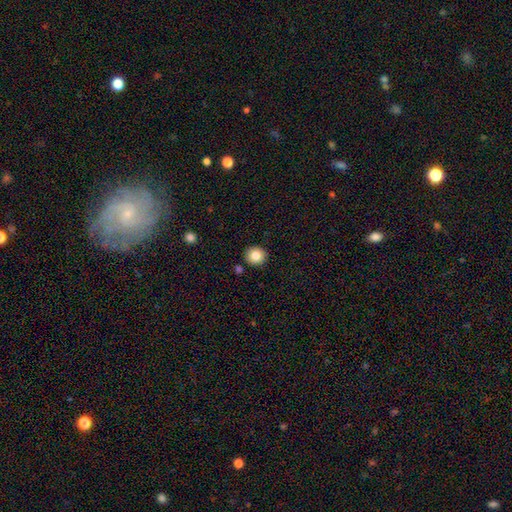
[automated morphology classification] smooth-or-featured: smooth: 84% | star or artifact: 9% | featured or disk: 7%
  how-rounded: round: 87% | in between: 12% | cigar-shaped: 1%
  merging: none: 89% | minor disturbance: 7% | merger: 3% | major disturbance: 2%